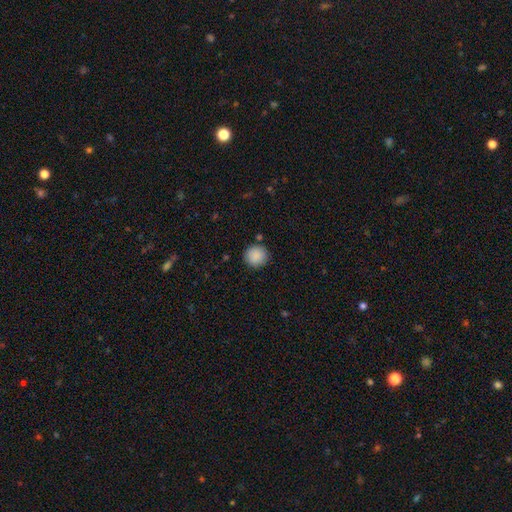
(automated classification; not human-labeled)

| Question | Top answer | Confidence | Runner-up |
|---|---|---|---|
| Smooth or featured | smooth | 89% | star or artifact (8%) |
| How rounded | round | 94% | in between (5%) |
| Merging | none | 88% | minor disturbance (7%) |